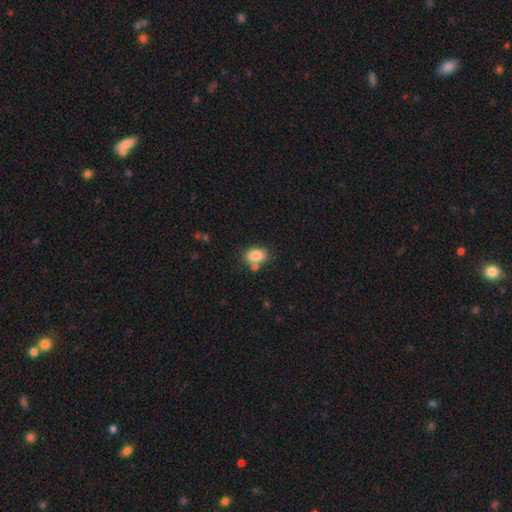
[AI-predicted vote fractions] smooth_or_featured: smooth (p=0.85) [alt: star or artifact p=0.09]
how_rounded: in between (p=0.77) [alt: round p=0.22]
merging: none (p=0.70) [alt: minor disturbance p=0.13]